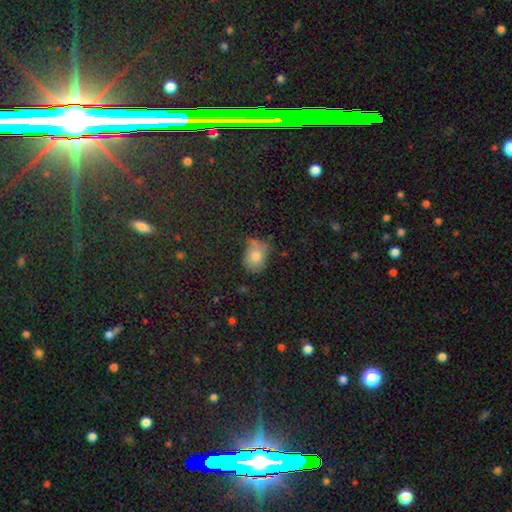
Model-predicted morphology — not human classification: Smooth or featured: smooth — 73% (featured or disk — 13%)
How rounded: in between — 62% (round — 37%)
Merging: none — 55% (minor disturbance — 33%)